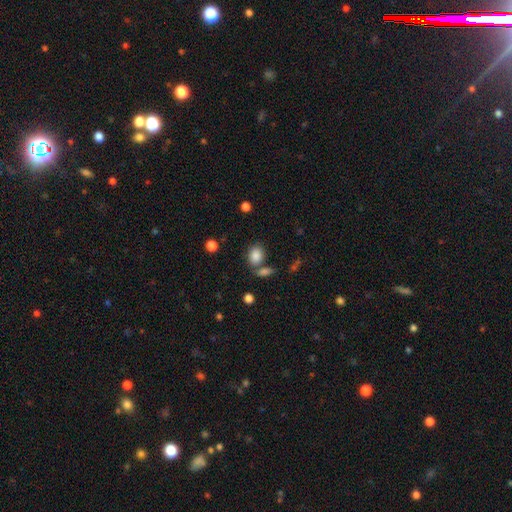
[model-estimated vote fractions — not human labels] Morphology: type=smooth (85%); roundness=in between (65%); merging=none (62%).